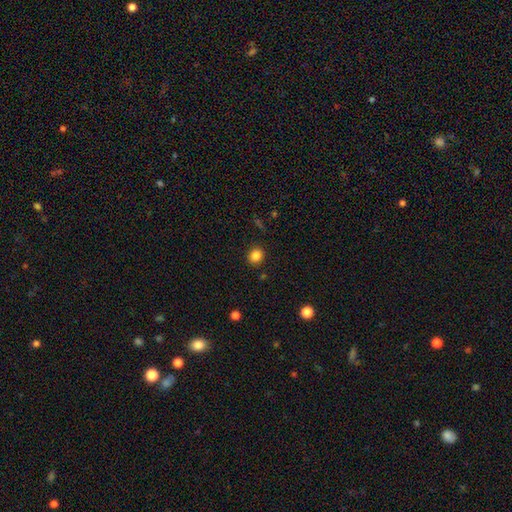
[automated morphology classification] A smooth galaxy with no disk features (84%) that is round (80%). Merging: none (90%).